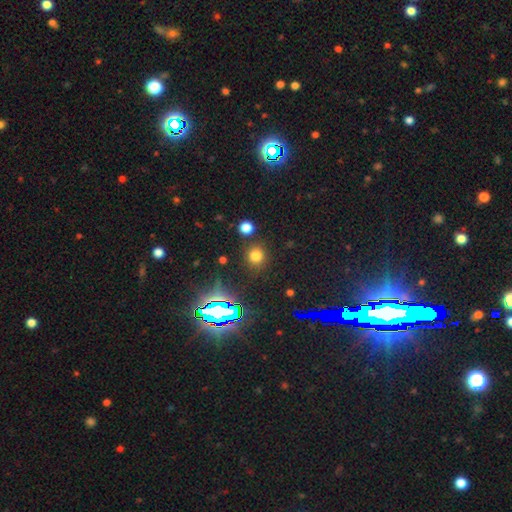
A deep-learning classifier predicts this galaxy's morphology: The model was most divided on "smooth or featured": smooth: 70%, star or artifact: 25%, featured or disk: 6%. More confident: how rounded — round (91%); merging — none (86%).